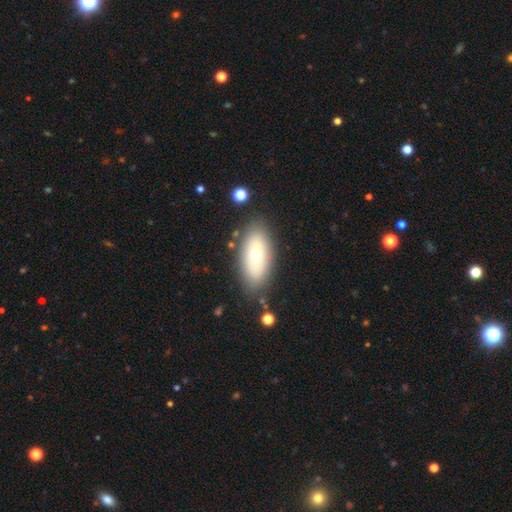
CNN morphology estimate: smooth_or_featured: smooth (p=0.67) [alt: featured or disk p=0.25]
how_rounded: in between (p=0.89) [alt: cigar-shaped p=0.08]
merging: none (p=0.79) [alt: minor disturbance p=0.14]